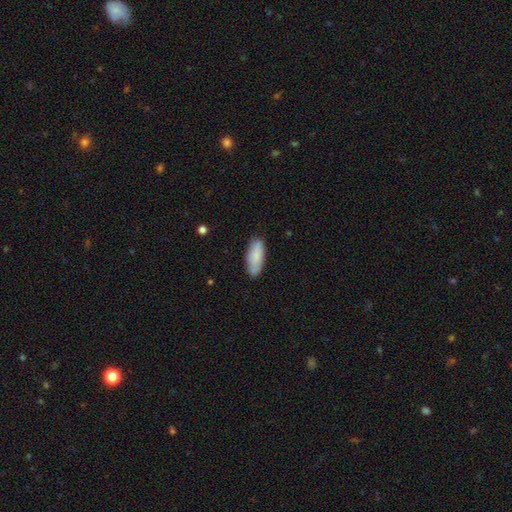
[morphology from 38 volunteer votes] This is clearly a smooth galaxy (82%). How rounded: likely in between (61%). Merging: clearly none (83%).